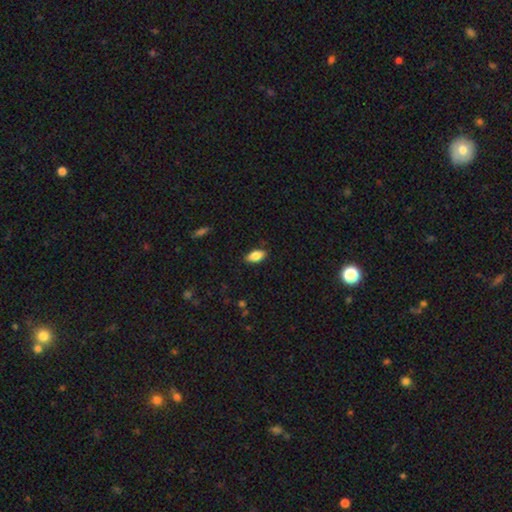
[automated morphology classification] Smooth or featured? smooth (83%)
How rounded? in between (90%)
Merging? none (85%)